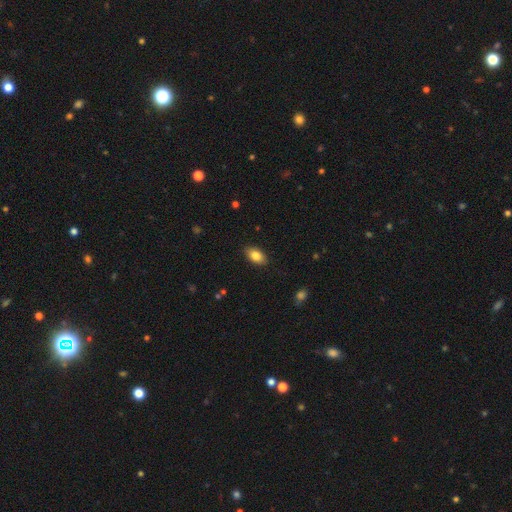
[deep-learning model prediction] smooth 84%, featured or disk 9%, star or artifact 7%. Down the decision tree: how rounded — in between (92%); merging — none (88%).